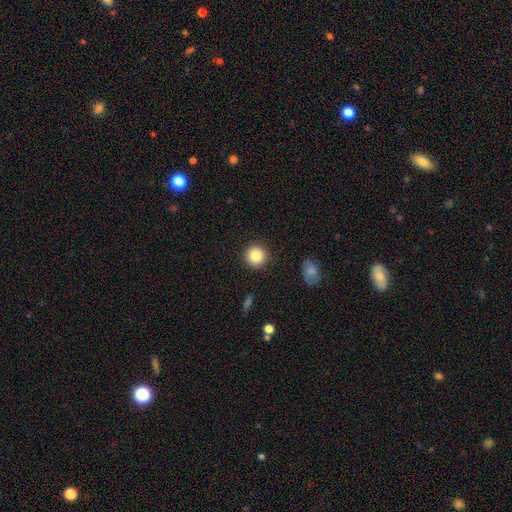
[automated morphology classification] smooth_or_featured: smooth (p=0.87) [alt: star or artifact p=0.09]
how_rounded: round (p=0.94) [alt: in between p=0.05]
merging: none (p=0.91) [alt: minor disturbance p=0.06]